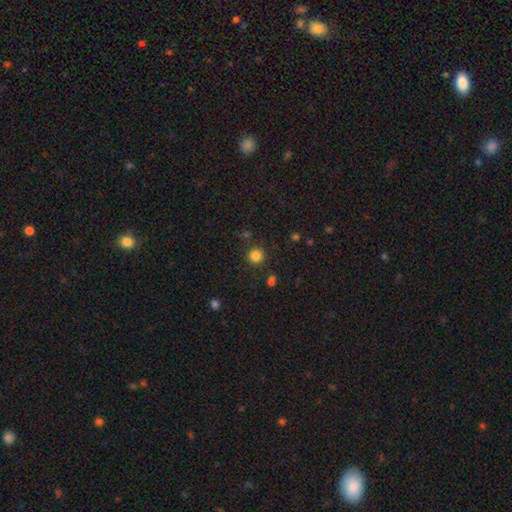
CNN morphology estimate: The model was most divided on "smooth or featured": smooth: 82%, star or artifact: 14%, featured or disk: 4%. More confident: how rounded — round (94%); merging — none (88%).